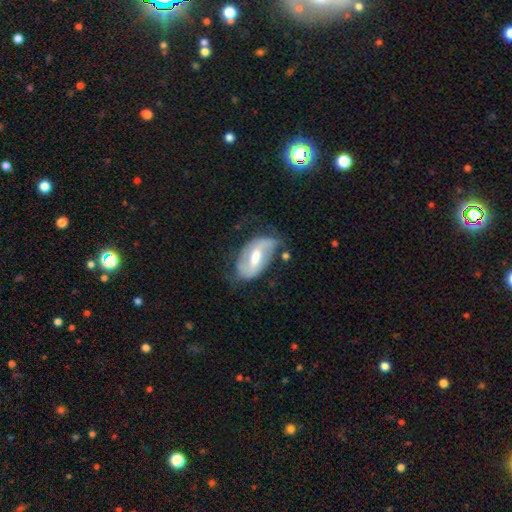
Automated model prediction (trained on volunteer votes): The model was most divided on "bar": weak: 45%, strong: 40%, no: 15%. More confident: edge-on disk — no (94%); spiral arms — yes (76%); smooth or featured — featured or disk (65%); bulge size — moderate (64%); merging — none (50%).